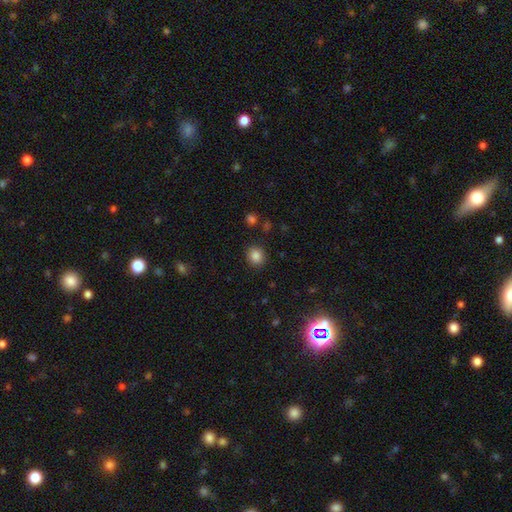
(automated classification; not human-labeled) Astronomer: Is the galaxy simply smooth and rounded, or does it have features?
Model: smooth — 85%.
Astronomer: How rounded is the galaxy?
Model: round — 77%.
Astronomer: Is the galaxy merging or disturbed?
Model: none — 89%.